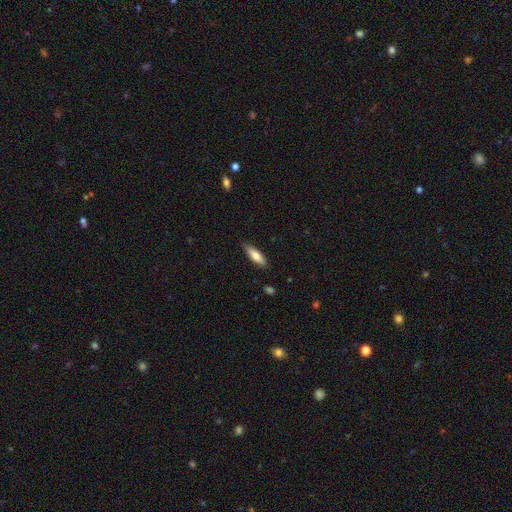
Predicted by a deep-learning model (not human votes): This appears to be a smooth galaxy with no disk features (74%) that is cigar-shaped (52%). Merging: none (85%).